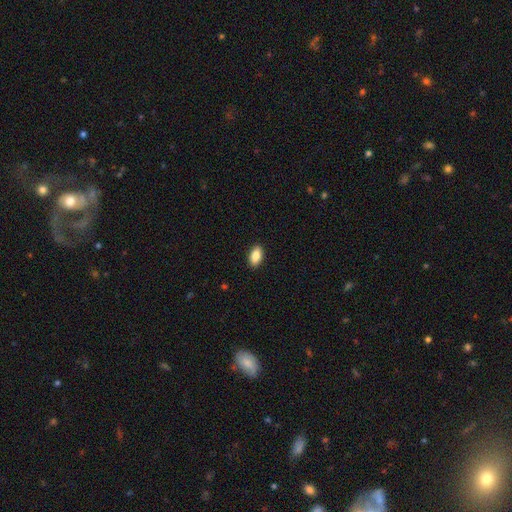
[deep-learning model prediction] Smooth or featured?
  - smooth: 87% *
  - star or artifact: 7%
  - featured or disk: 6%
How rounded?
  - in between: 92% *
  - round: 4%
  - cigar-shaped: 4%
Merging?
  - none: 91% *
  - minor disturbance: 7%
  - major disturbance: 2%
  - merger: 1%